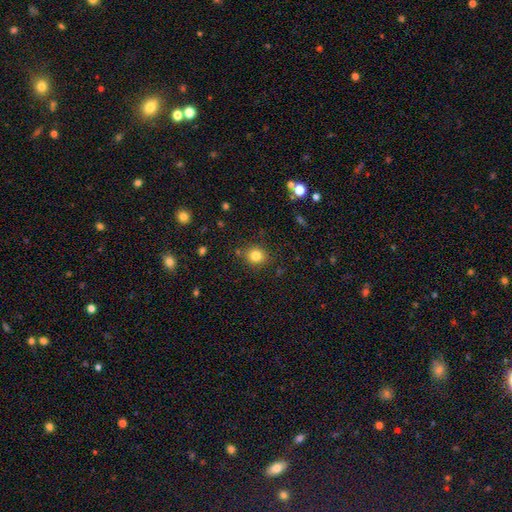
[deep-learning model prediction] This is clearly a smooth galaxy (81%). How rounded: likely round (79%). Merging: clearly none (85%).